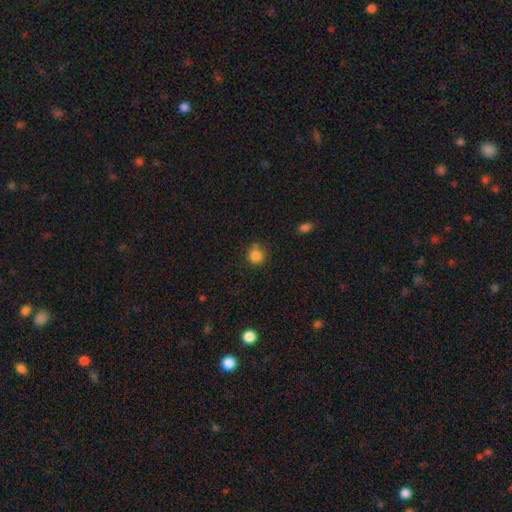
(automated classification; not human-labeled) Smooth or featured?
  - smooth: 84% *
  - star or artifact: 11%
  - featured or disk: 5%
How rounded?
  - round: 88% *
  - in between: 11%
  - cigar-shaped: 1%
Merging?
  - none: 73% *
  - minor disturbance: 19%
  - major disturbance: 4%
  - merger: 4%